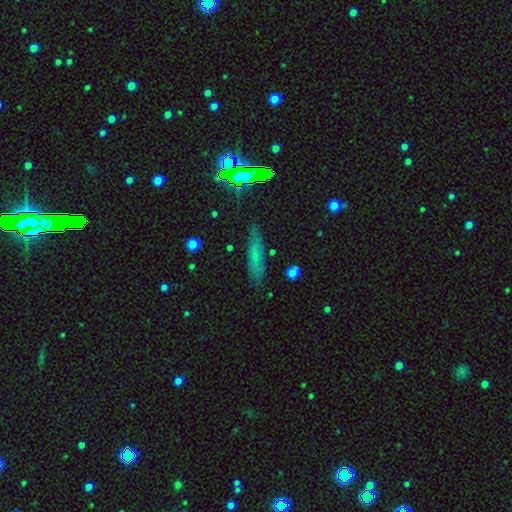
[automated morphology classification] Q: Smooth or featured?
A: smooth (60%); runner-up: featured or disk (21%)
Q: How rounded?
A: cigar-shaped (83%); runner-up: in between (13%)
Q: Merging?
A: none (81%); runner-up: minor disturbance (14%)